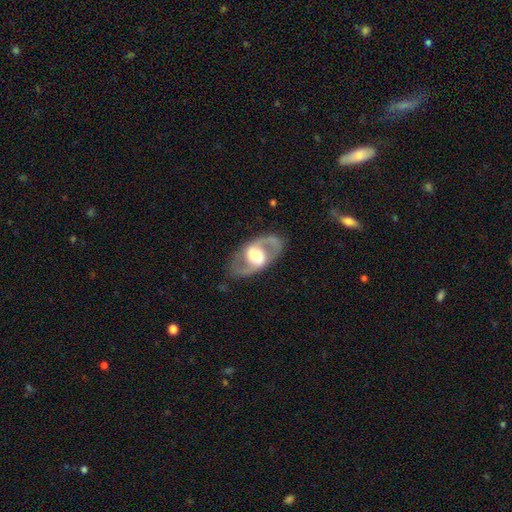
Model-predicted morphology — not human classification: This appears to be a featured or disk galaxy (83%) with a weak bar (38%), 2 (92%) medium (56%) spiral arms (84%) and a moderate central bulge (47%). Merging: none (83%).